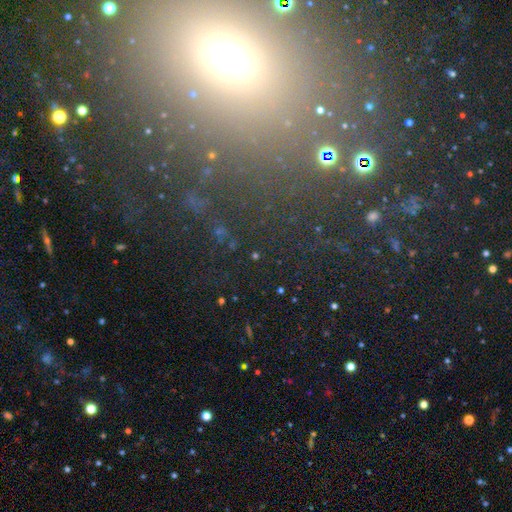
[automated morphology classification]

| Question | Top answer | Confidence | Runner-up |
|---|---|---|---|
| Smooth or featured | star or artifact | 66% | smooth (19%) |